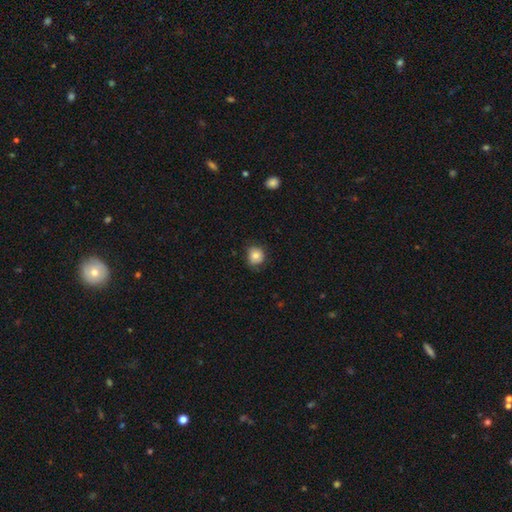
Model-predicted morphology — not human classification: smooth_or_featured: smooth (p=0.81) [alt: star or artifact p=0.10]
how_rounded: round (p=0.83) [alt: in between p=0.16]
merging: none (p=0.76) [alt: minor disturbance p=0.19]